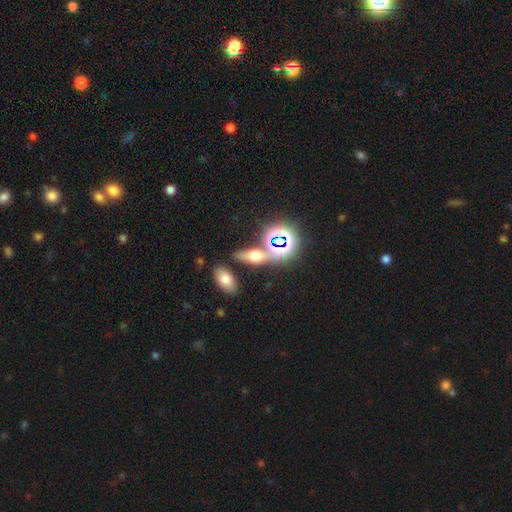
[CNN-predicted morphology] Smooth or featured?
  - smooth: 45% *
  - star or artifact: 33%
  - featured or disk: 22%
Merging?
  - none: 68% *
  - merger: 16%
  - minor disturbance: 10%
  - major disturbance: 5%